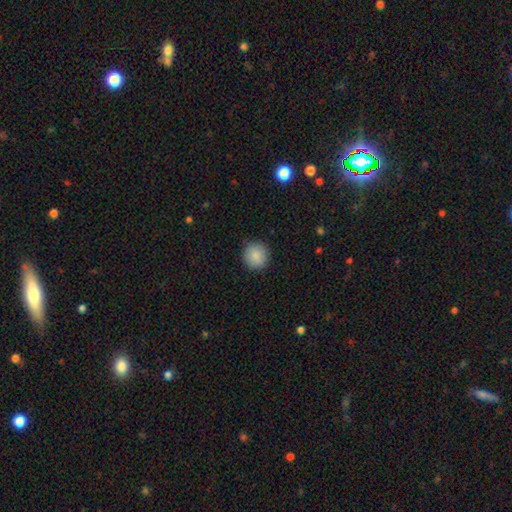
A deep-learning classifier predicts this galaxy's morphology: Smooth or featured? smooth (88%)
How rounded? round (94%)
Merging? none (90%)